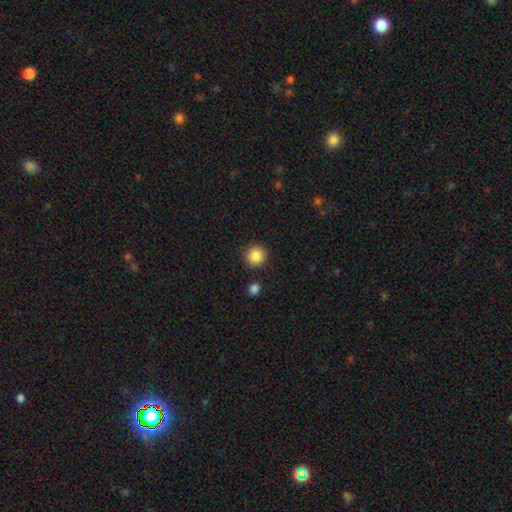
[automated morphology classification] type=smooth (87%); roundness=round (94%); merging=none (89%).